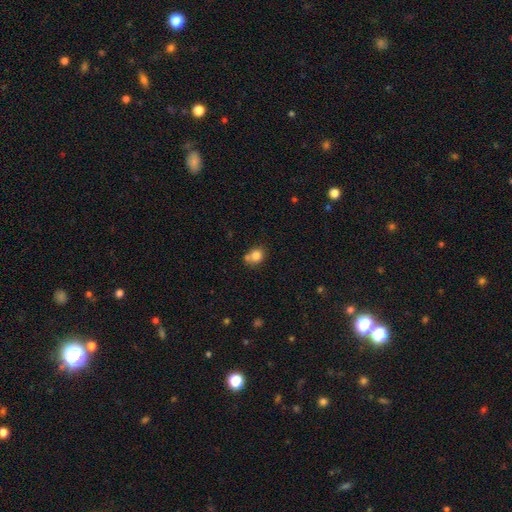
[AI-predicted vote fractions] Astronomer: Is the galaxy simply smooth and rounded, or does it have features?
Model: smooth — 81%.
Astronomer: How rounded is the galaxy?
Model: round — 59% (runner-up: in between, 40%).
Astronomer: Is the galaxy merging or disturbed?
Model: none — 52%.